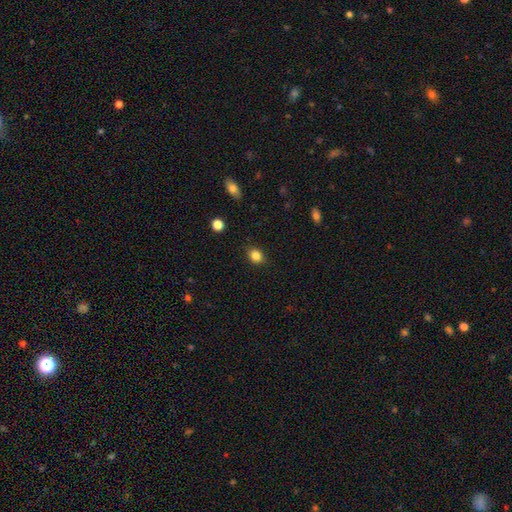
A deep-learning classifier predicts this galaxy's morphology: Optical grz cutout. It shows a smooth galaxy with no disk features (84%) that is round (54%). Merging: none (86%).